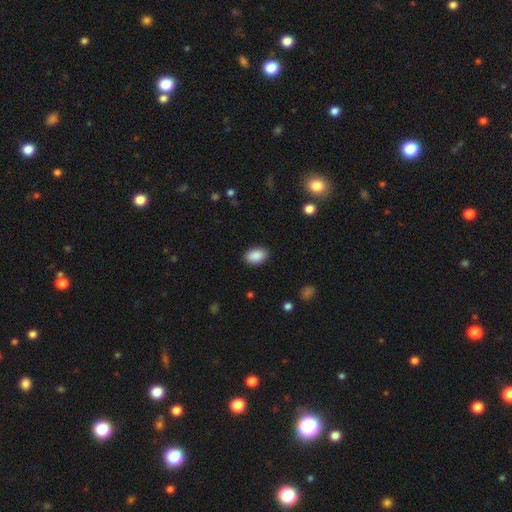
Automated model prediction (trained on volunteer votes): Morphology: type=smooth (90%); roundness=in between (89%); merging=none (89%).